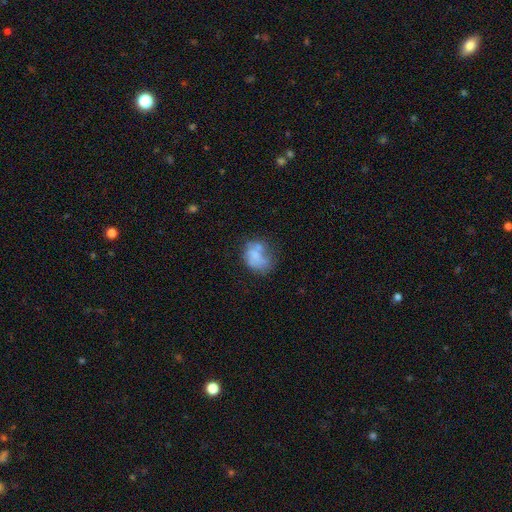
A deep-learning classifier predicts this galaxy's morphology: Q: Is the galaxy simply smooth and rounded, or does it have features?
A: smooth — 61%.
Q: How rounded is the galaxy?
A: in between — 60%.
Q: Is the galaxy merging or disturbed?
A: none — 36%.